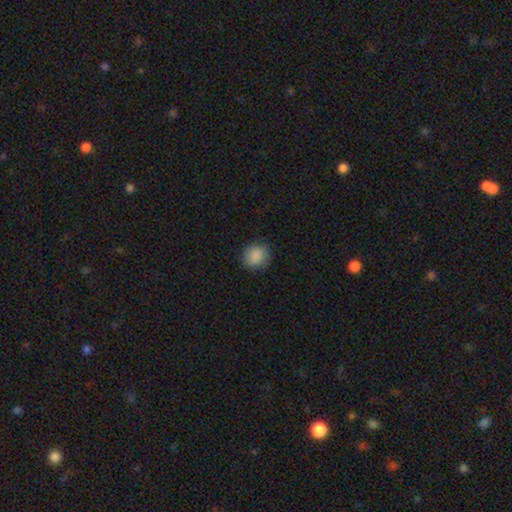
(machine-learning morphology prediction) A smooth galaxy with no disk features (88%) that is round (79%). Merging: none (85%).